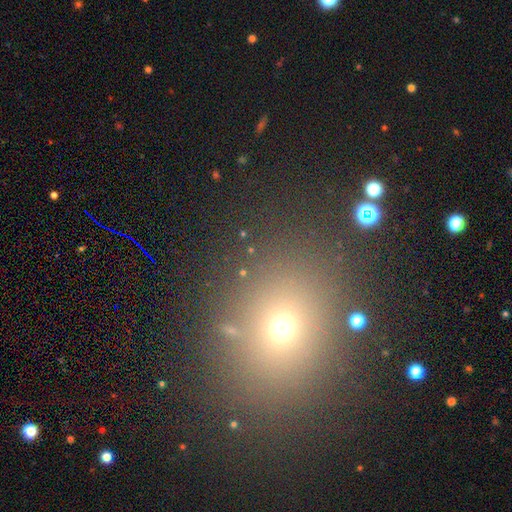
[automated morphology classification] A smooth galaxy with no disk features (57%) that is round (68%). Merging: none (84%).